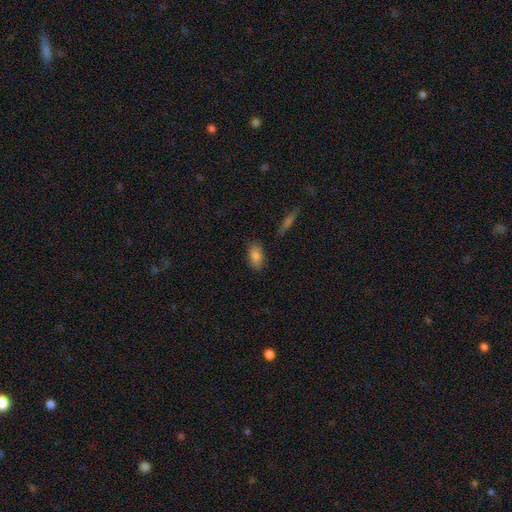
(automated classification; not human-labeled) This is clearly a smooth galaxy (83%). How rounded: clearly in between (90%). Merging: clearly none (82%).